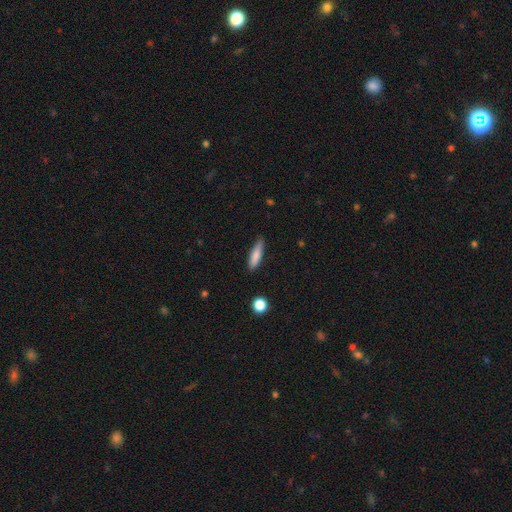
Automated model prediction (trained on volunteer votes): A smooth galaxy with no disk features (80%) that is cigar-shaped (73%). Merging: none (81%).